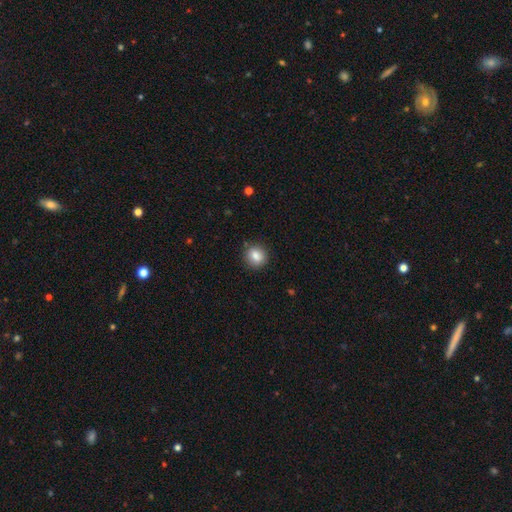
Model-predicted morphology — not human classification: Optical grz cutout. It shows a smooth galaxy with no disk features (85%) that is round (78%). Merging: none (87%).